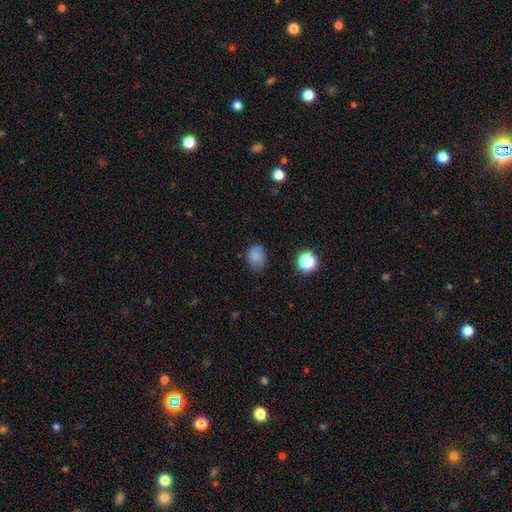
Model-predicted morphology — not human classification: smooth 79%, star or artifact 13%, featured or disk 8%. Down the decision tree: how rounded — in between (62%); merging — none (73%).